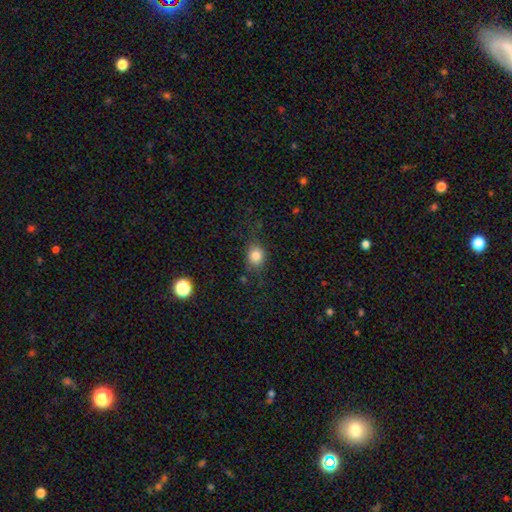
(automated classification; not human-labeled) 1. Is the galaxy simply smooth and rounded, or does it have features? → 81% smooth, 11% star or artifact, 8% featured or disk.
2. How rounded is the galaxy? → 63% round, 36% in between, 1% cigar-shaped.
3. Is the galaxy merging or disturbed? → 69% none, 20% minor disturbance, 9% major disturbance, 2% merger.